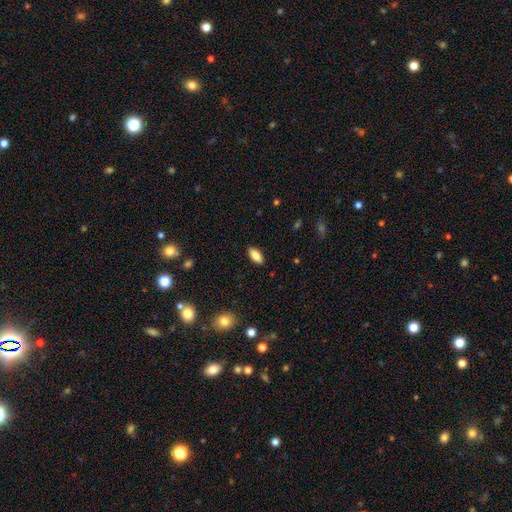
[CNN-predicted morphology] Smooth or featured: smooth — 84% (featured or disk — 9%)
How rounded: in between — 87% (cigar-shaped — 10%)
Merging: none — 88% (minor disturbance — 9%)